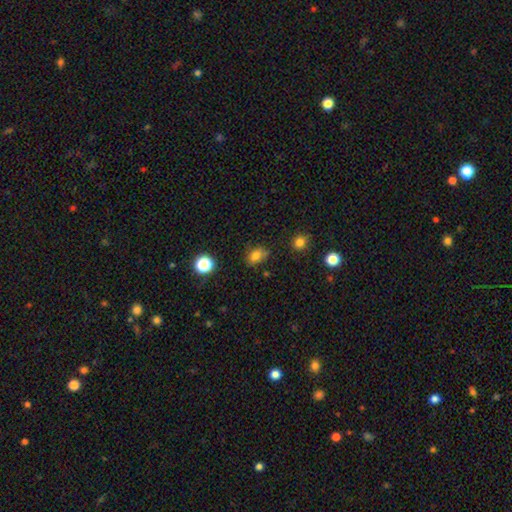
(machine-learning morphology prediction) Smooth or featured? smooth (79%)
How rounded? in between (71%)
Merging? none (71%)